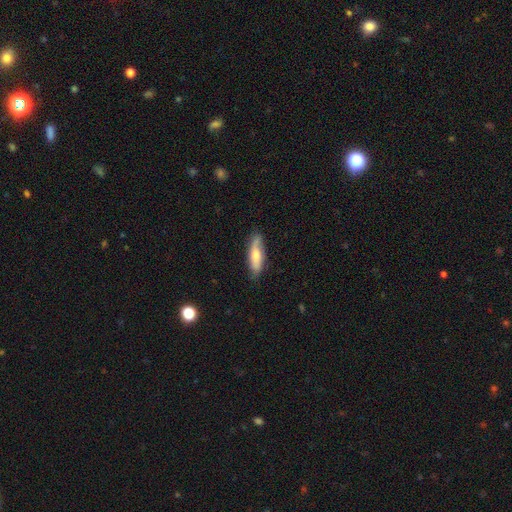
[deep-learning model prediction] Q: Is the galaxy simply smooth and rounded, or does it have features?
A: smooth — 59%.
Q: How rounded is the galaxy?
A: cigar-shaped — 50%.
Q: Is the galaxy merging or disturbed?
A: none — 75%.